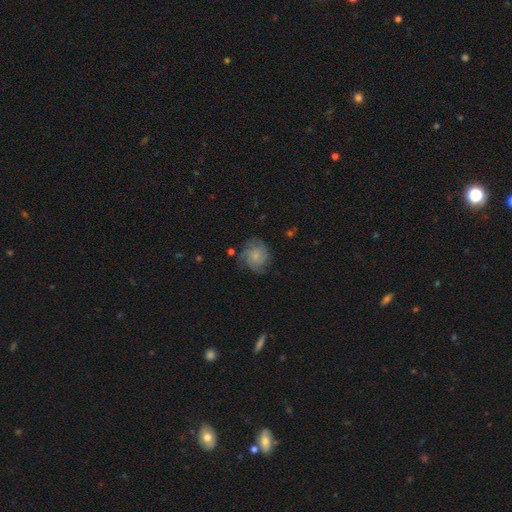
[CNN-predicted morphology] Smooth or featured: featured or disk — 50% (smooth — 41%)
Edge-on disk: no — 98% (yes — 2%)
Merging: none — 65% (minor disturbance — 22%)